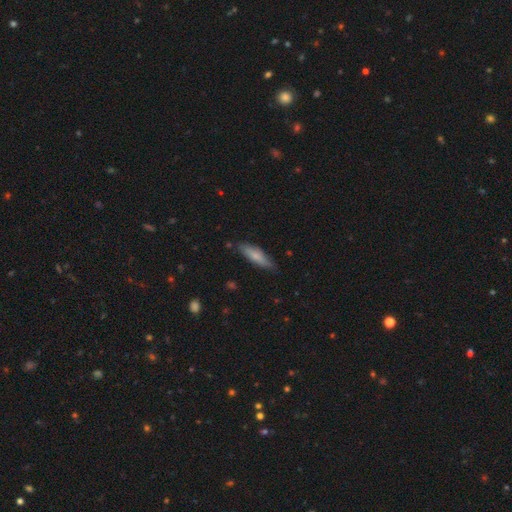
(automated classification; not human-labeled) Smooth or featured?
  - smooth: 73% *
  - featured or disk: 21%
  - star or artifact: 6%
How rounded?
  - cigar-shaped: 62% *
  - in between: 37%
  - round: 2%
Merging?
  - none: 78% *
  - minor disturbance: 18%
  - major disturbance: 3%
  - merger: 2%